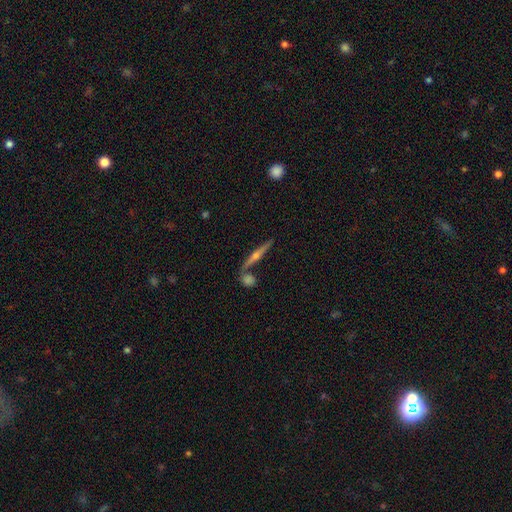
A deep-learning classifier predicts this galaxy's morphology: The model was most divided on "smooth or featured": featured or disk: 76%, smooth: 16%, star or artifact: 8%. More confident: edge-on disk — yes (96%); edge-on bulge — rounded (90%); merging — none (74%).